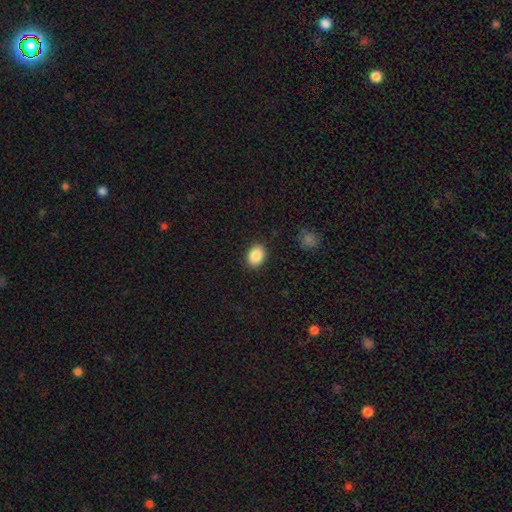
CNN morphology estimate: A smooth galaxy with no disk features (88%) that is in between round and cigar-shaped (72%). Merging: none (89%).